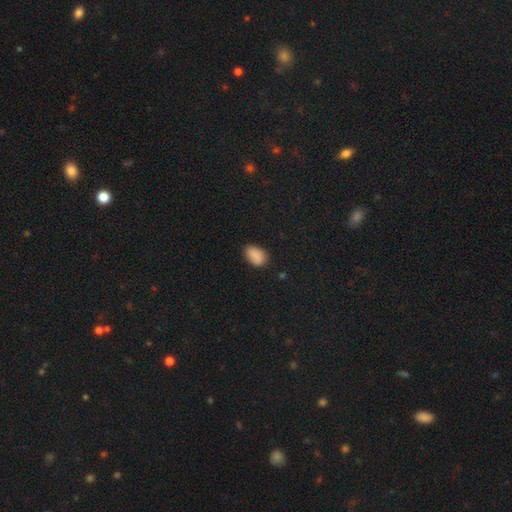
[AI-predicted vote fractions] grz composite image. It shows a smooth galaxy with no disk features (87%) that is in between round and cigar-shaped (89%). Merging: none (78%).